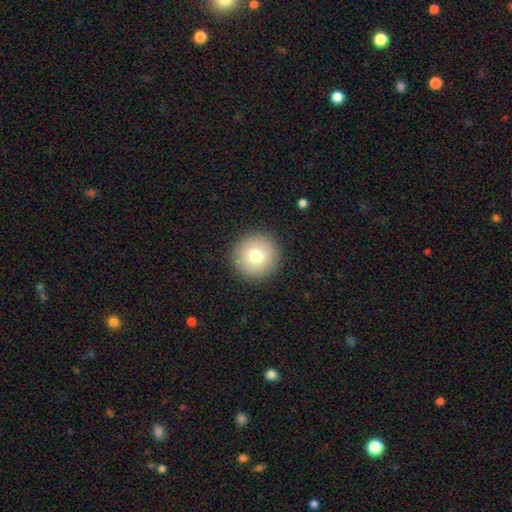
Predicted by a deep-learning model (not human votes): Smooth or featured?
  - smooth: 75% *
  - featured or disk: 14%
  - star or artifact: 11%
How rounded?
  - round: 96% *
  - in between: 3%
  - cigar-shaped: 1%
Merging?
  - none: 92% *
  - minor disturbance: 5%
  - major disturbance: 2%
  - merger: 1%